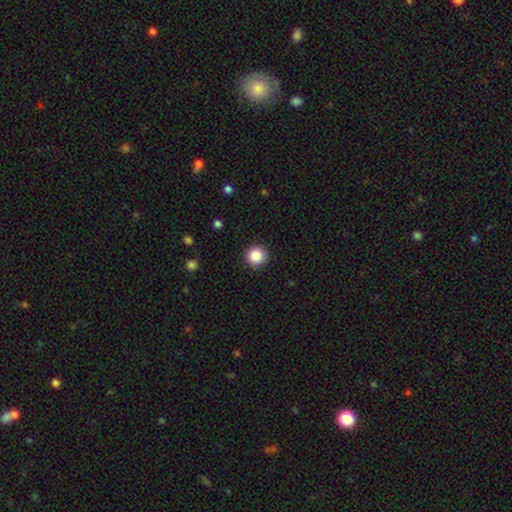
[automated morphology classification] Smooth or featured?
  - smooth: 86% *
  - star or artifact: 10%
  - featured or disk: 4%
How rounded?
  - round: 95% *
  - in between: 4%
  - cigar-shaped: 1%
Merging?
  - none: 92% *
  - minor disturbance: 6%
  - major disturbance: 2%
  - merger: 1%